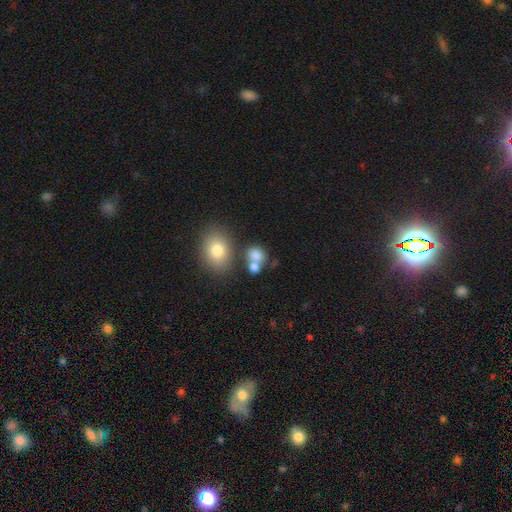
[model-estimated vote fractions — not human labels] Smooth or featured: smooth — 78% (star or artifact — 12%)
How rounded: round — 61% (in between — 38%)
Merging: none — 46% (merger — 37%)